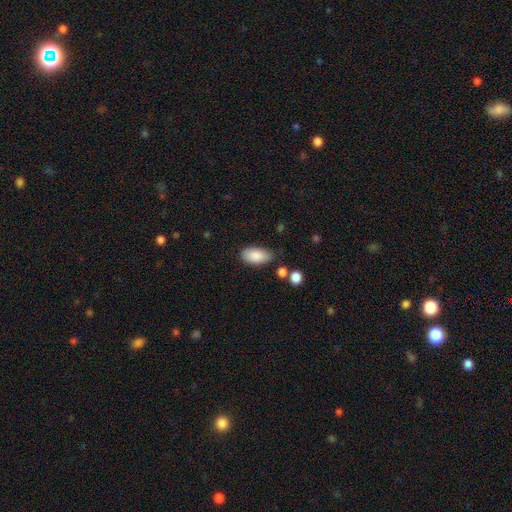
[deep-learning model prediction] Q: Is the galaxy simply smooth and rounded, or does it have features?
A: smooth — 87%.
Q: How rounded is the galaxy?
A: in between — 93%.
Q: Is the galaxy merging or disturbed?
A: none — 72%.